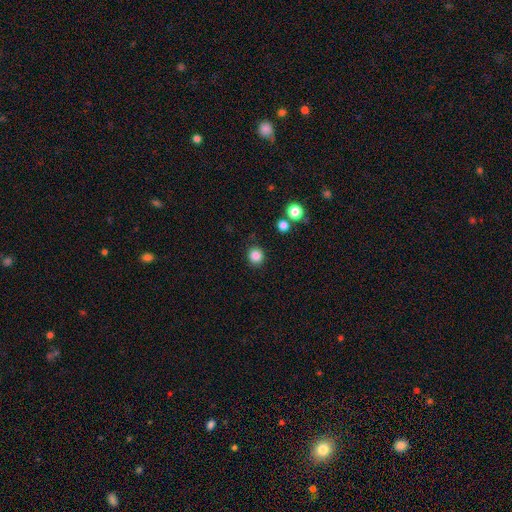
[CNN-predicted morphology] smooth-or-featured: smooth: 85% | star or artifact: 11% | featured or disk: 4%
  how-rounded: round: 89% | in between: 10% | cigar-shaped: 1%
  merging: none: 89% | minor disturbance: 7% | major disturbance: 2% | merger: 2%